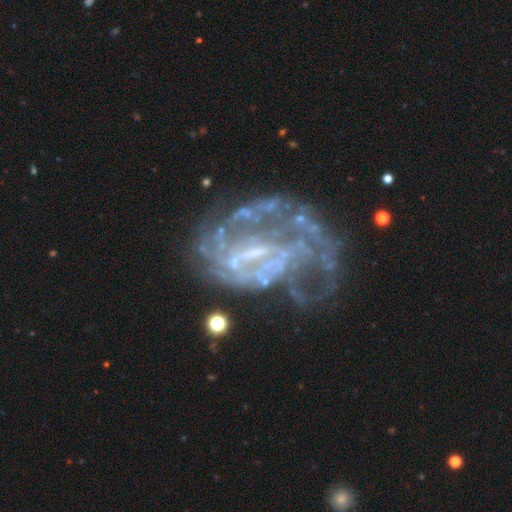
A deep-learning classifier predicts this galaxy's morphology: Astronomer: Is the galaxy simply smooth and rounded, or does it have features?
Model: featured or disk — 82%.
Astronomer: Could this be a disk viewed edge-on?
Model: no — 98%.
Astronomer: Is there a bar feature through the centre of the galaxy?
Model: no — 41% (runner-up: weak, 40%).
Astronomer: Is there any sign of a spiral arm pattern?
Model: yes — 67%.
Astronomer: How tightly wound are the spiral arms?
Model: tight — 41% (runner-up: medium, 36%).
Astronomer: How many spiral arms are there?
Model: can't tell — 51%.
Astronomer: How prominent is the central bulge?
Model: none — 46% (runner-up: small, 38%).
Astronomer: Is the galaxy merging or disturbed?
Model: none — 39% (runner-up: major disturbance, 35%).